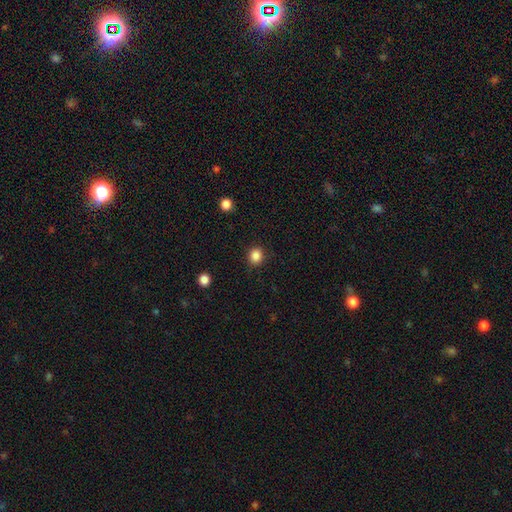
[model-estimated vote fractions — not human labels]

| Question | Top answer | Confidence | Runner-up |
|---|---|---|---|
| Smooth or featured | smooth | 86% | star or artifact (11%) |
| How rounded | round | 84% | in between (15%) |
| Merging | none | 88% | minor disturbance (8%) |